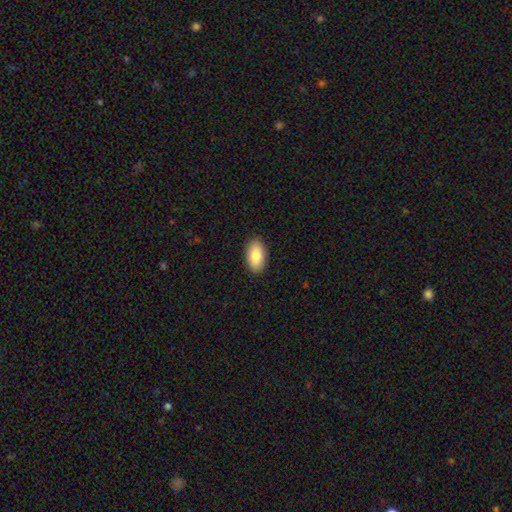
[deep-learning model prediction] smooth_or_featured: smooth (p=0.86) [alt: featured or disk p=0.08]
how_rounded: in between (p=0.94) [alt: round p=0.04]
merging: none (p=0.90) [alt: minor disturbance p=0.07]